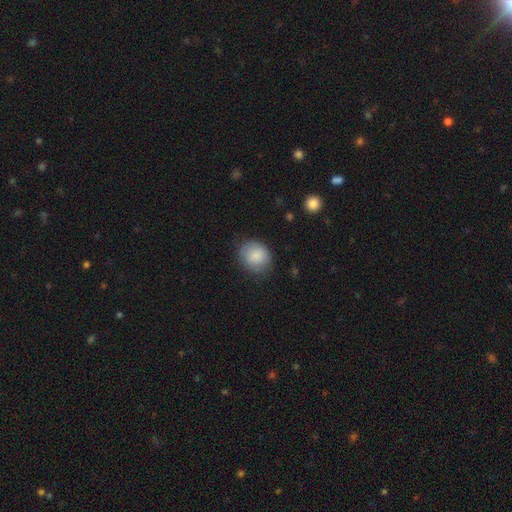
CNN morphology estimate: The model was most divided on "how rounded": round: 69%, in between: 30%, cigar-shaped: 1%. More confident: smooth or featured — smooth (86%); merging — none (77%).